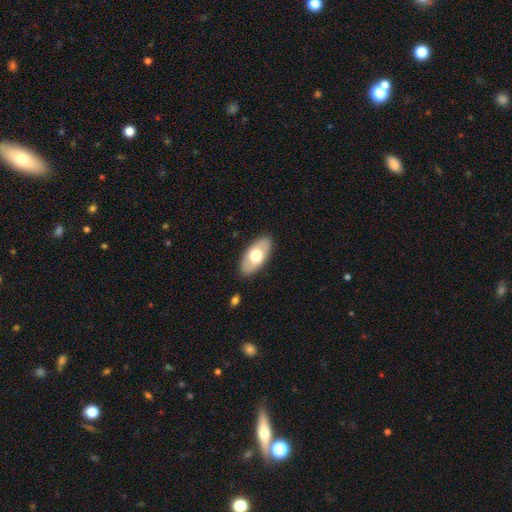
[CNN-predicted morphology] Smooth or featured: smooth — 62% (featured or disk — 33%)
How rounded: in between — 93% (cigar-shaped — 5%)
Merging: none — 87% (minor disturbance — 10%)